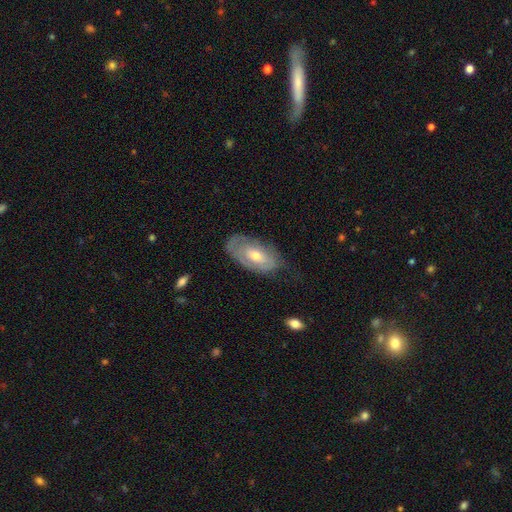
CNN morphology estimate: A featured or disk galaxy (53%). Merging: none (55%).